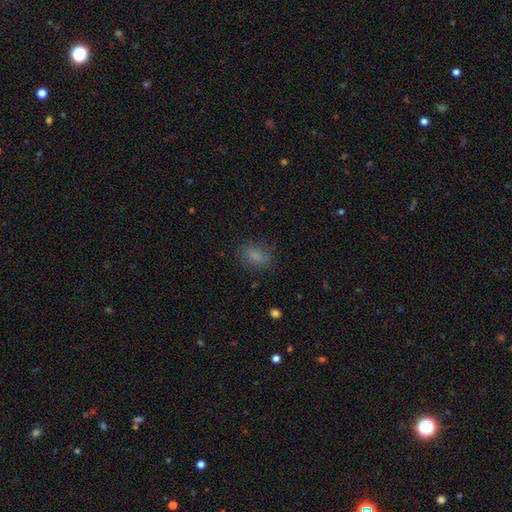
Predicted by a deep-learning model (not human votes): smooth 80%, star or artifact 12%, featured or disk 9%. Down the decision tree: how rounded — in between (70%); merging — none (77%).